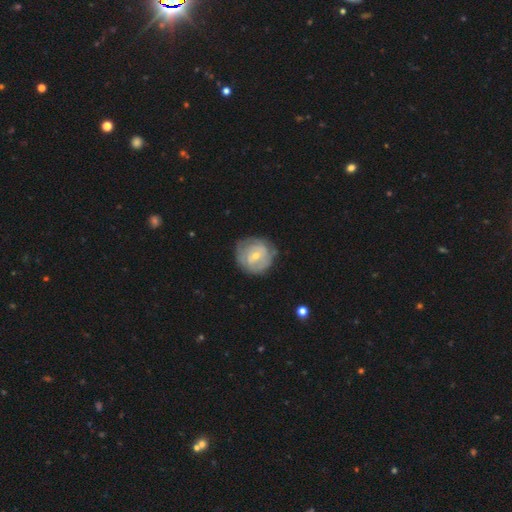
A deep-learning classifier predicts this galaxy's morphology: Smooth or featured?
  - featured or disk: 63% *
  - smooth: 31%
  - star or artifact: 6%
Edge-on disk?
  - no: 97% *
  - yes: 3%
Bar?
  - no: 48% *
  - weak: 42%
  - strong: 9%
Spiral arms?
  - yes: 69% *
  - no: 31%
Bulge size?
  - small: 57% *
  - moderate: 39%
  - large: 2%
  - none: 1%
  - dominant: 1%
Merging?
  - none: 69% *
  - minor disturbance: 21%
  - major disturbance: 8%
  - merger: 2%